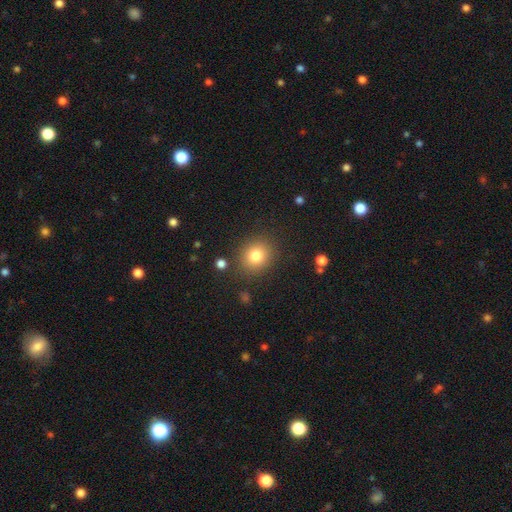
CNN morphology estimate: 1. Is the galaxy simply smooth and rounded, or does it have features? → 80% smooth, 12% star or artifact, 8% featured or disk.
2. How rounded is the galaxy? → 76% round, 23% in between, 1% cigar-shaped.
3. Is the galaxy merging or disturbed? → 86% none, 9% minor disturbance, 3% major disturbance, 2% merger.